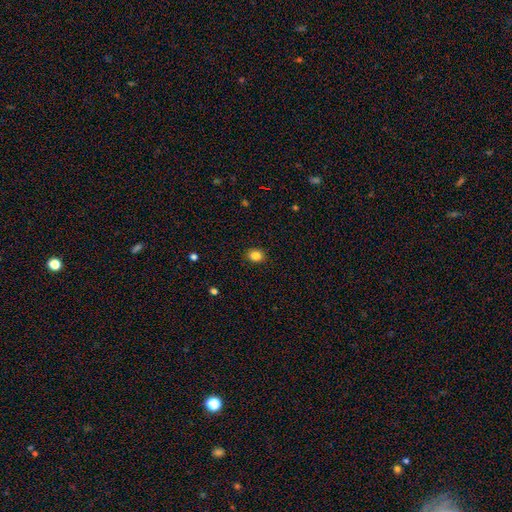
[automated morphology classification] Smooth or featured? Predicted: smooth (p=0.85). How rounded? Predicted: round (p=0.61). Merging? Predicted: none (p=0.90).